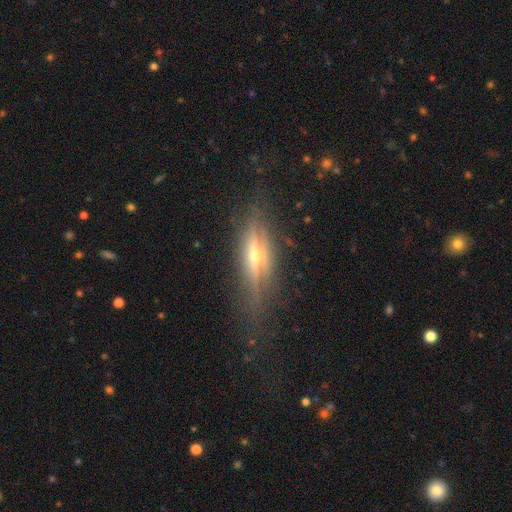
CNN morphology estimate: featured or disk 70%, smooth 21%, star or artifact 9%. Down the decision tree: edge-on disk — yes (90%); edge-on bulge — rounded (87%); merging — none (75%).